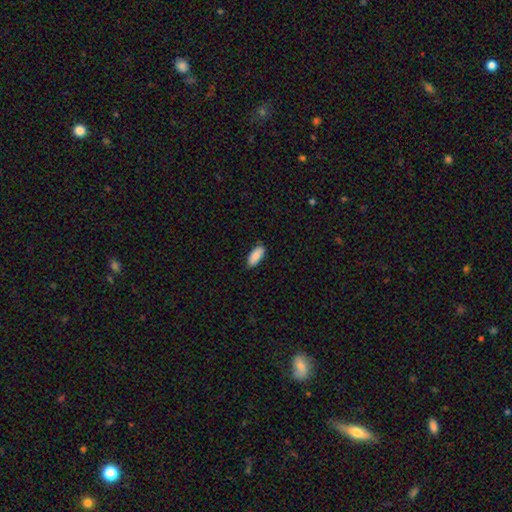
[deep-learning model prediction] smooth-or-featured: smooth: 90% | star or artifact: 6% | featured or disk: 4%
  how-rounded: in between: 85% | cigar-shaped: 14% | round: 2%
  merging: none: 86% | minor disturbance: 11% | major disturbance: 2% | merger: 1%